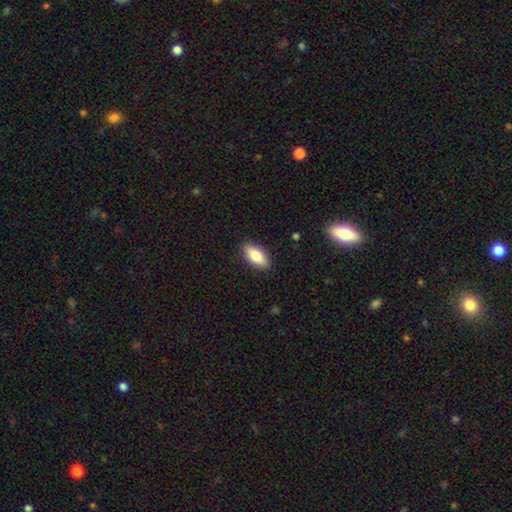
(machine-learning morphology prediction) smooth_or_featured: smooth (p=0.82) [alt: featured or disk p=0.11]
how_rounded: in between (p=0.90) [alt: cigar-shaped p=0.07]
merging: none (p=0.88) [alt: minor disturbance p=0.09]